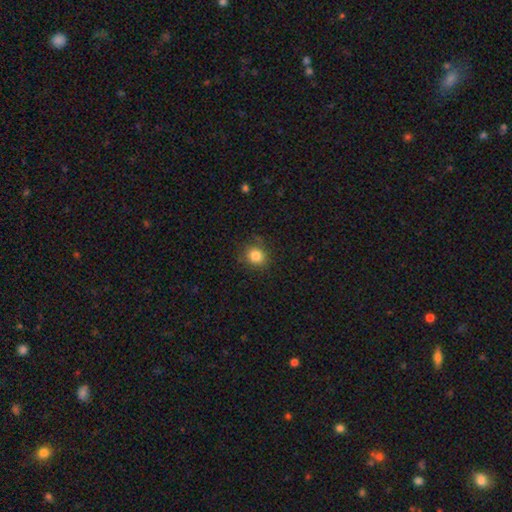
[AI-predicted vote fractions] Smooth or featured? smooth (83%)
How rounded? round (78%)
Merging? none (82%)